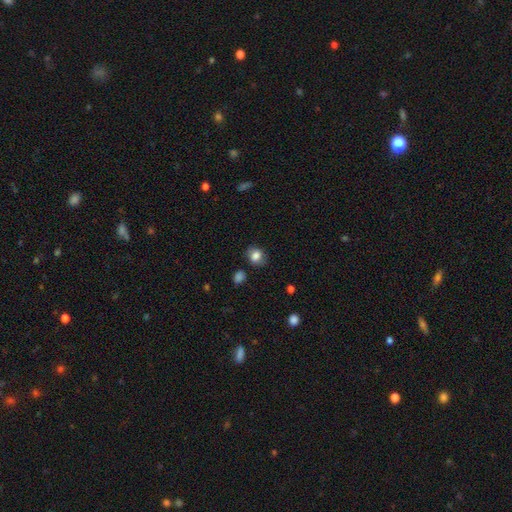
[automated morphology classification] Smooth or featured: smooth — 82% (star or artifact — 10%)
How rounded: round — 56% (in between — 43%)
Merging: none — 77% (minor disturbance — 17%)